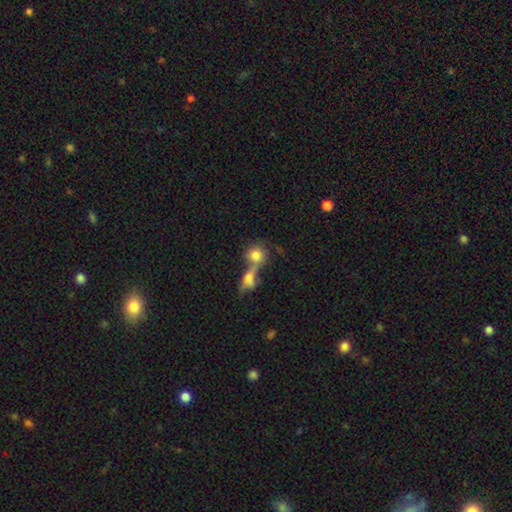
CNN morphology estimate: Q: Smooth or featured?
A: smooth (76%); runner-up: featured or disk (15%)
Q: How rounded?
A: round (75%); runner-up: in between (22%)
Q: Merging?
A: merger (55%); runner-up: none (31%)